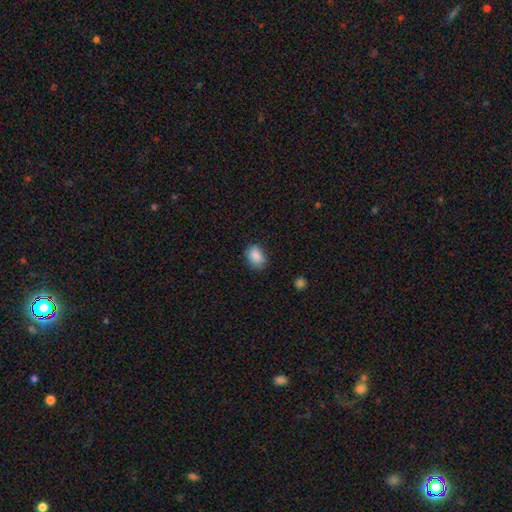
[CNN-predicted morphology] Overall: smooth (88%). How rounded: in between (69%; round 30%). Merging: none (77%).